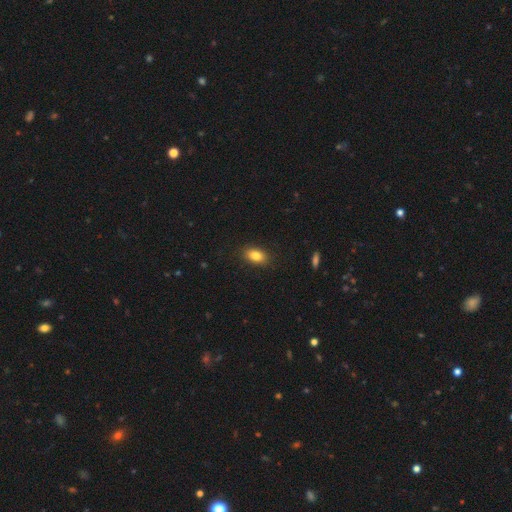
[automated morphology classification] smooth_or_featured: smooth (p=0.84) [alt: star or artifact p=0.09]
how_rounded: in between (p=0.85) [alt: round p=0.13]
merging: none (p=0.88) [alt: minor disturbance p=0.09]